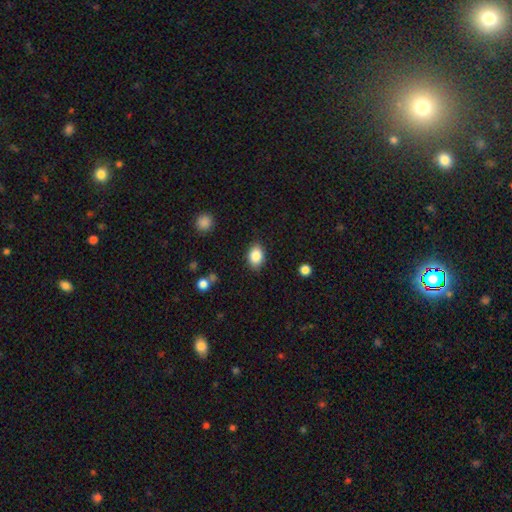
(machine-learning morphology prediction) Overall: smooth (86%). How rounded: in between (78%). Merging: none (85%).